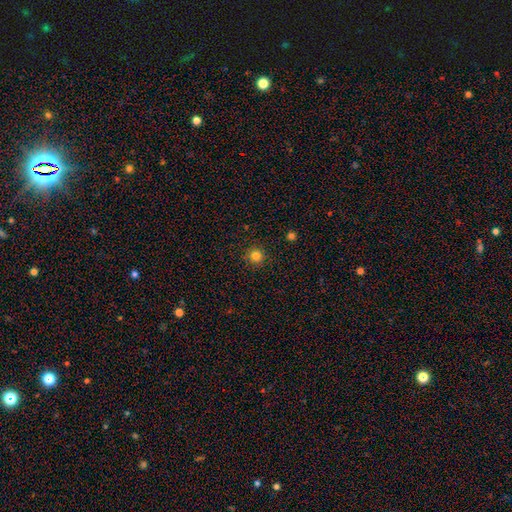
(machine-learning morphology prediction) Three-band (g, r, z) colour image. It shows a smooth galaxy with no disk features (82%) that is round (95%). Merging: none (91%).